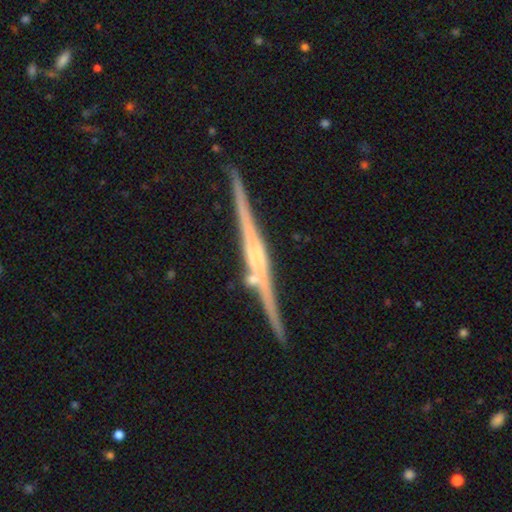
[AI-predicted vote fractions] This appears to be a featured or disk galaxy (87%) viewed edge-on (98%) with a rounded central bulge (52%). Merging: none (87%).